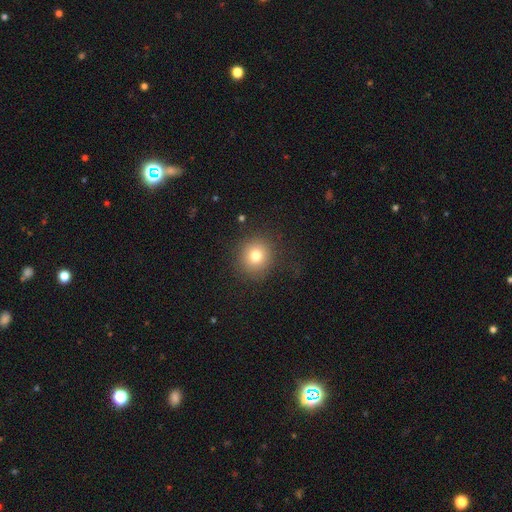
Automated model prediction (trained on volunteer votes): smooth-or-featured: smooth: 78% | star or artifact: 13% | featured or disk: 9%
  how-rounded: round: 89% | in between: 10% | cigar-shaped: 1%
  merging: none: 87% | minor disturbance: 8% | major disturbance: 4% | merger: 1%